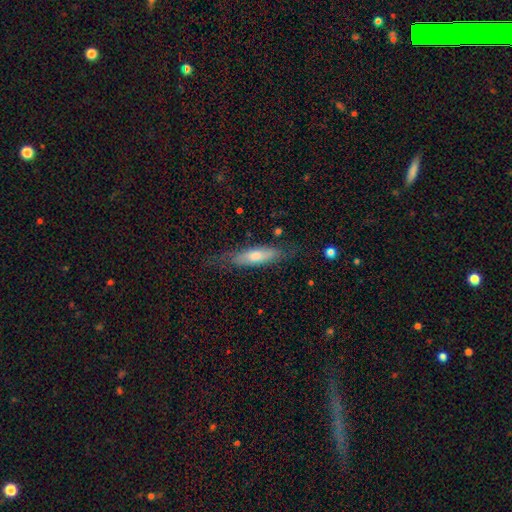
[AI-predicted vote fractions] Smooth or featured? Predicted: smooth (p=0.55). How rounded? Predicted: cigar-shaped (p=0.68). Merging? Predicted: none (p=0.69).